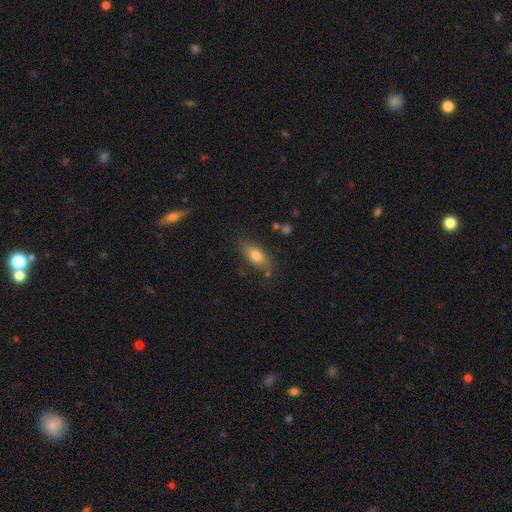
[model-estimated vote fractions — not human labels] This is likely a smooth galaxy (75%). How rounded: clearly in between (83%). Merging: likely none (77%).